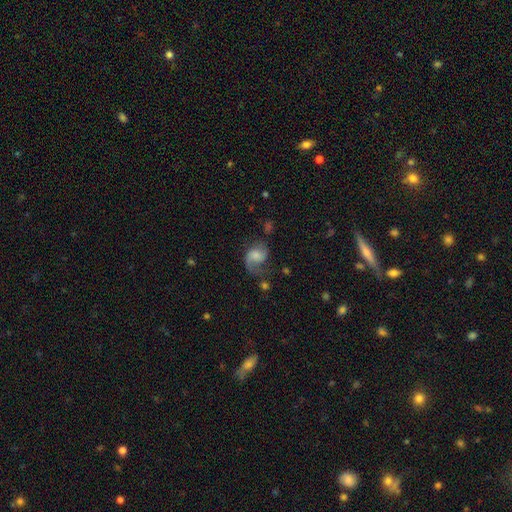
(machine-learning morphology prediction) Overall: featured or disk (66%; smooth 26%). Edge-on disk: no (98%). Bar: no (59%; weak 35%). Spiral arms: yes (93%). Spiral arm count: 2 (63%; 1 30%). Spiral winding: loose (49%; medium 40%). Bulge size: moderate (31%; small 29%). Merging: none (46%; major disturbance 26%).